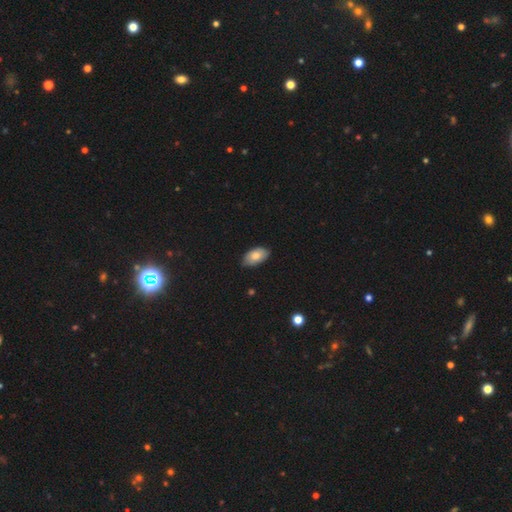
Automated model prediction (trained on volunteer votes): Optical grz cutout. It shows a smooth galaxy with no disk features (78%) that is in between round and cigar-shaped (95%). Merging: none (79%).